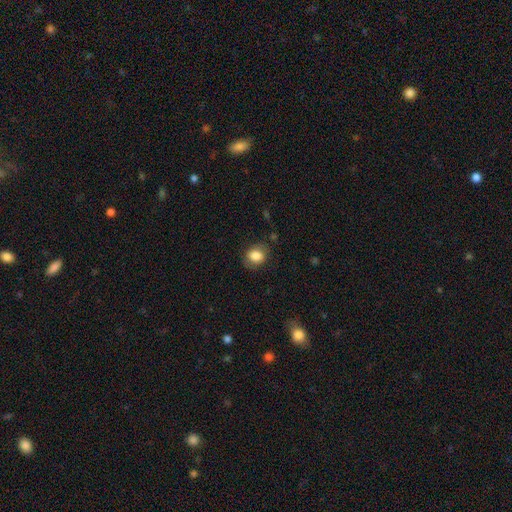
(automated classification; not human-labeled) Morphology: type=smooth (84%); roundness=round (56%); merging=none (79%).